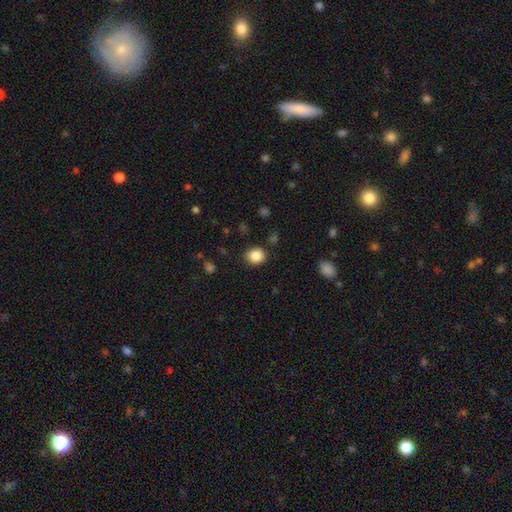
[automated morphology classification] The model was most divided on "how rounded": round: 77%, in between: 23%, cigar-shaped: 1%. More confident: merging — none (86%); smooth or featured — smooth (86%).